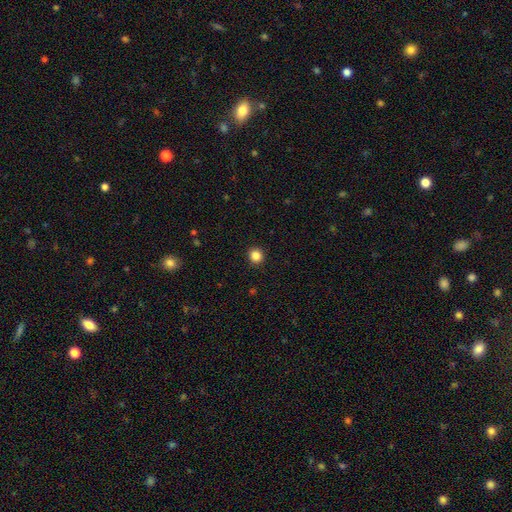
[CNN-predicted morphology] Smooth or featured?
  - smooth: 85% *
  - star or artifact: 11%
  - featured or disk: 4%
How rounded?
  - round: 91% *
  - in between: 8%
  - cigar-shaped: 1%
Merging?
  - none: 93% *
  - minor disturbance: 4%
  - major disturbance: 2%
  - merger: 1%